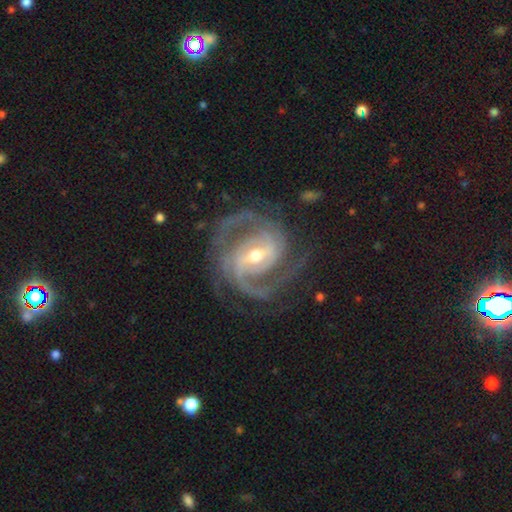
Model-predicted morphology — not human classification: Smooth or featured? Predicted: featured or disk (p=0.93). Edge-on disk? Predicted: no (p=0.98). Bar? Predicted: strong (p=0.49). Spiral arms? Predicted: yes (p=0.98). Spiral winding? Predicted: medium (p=0.49). Spiral arm count? Predicted: 2 (p=0.58). Bulge size? Predicted: moderate (p=0.58). Merging? Predicted: none (p=0.74).